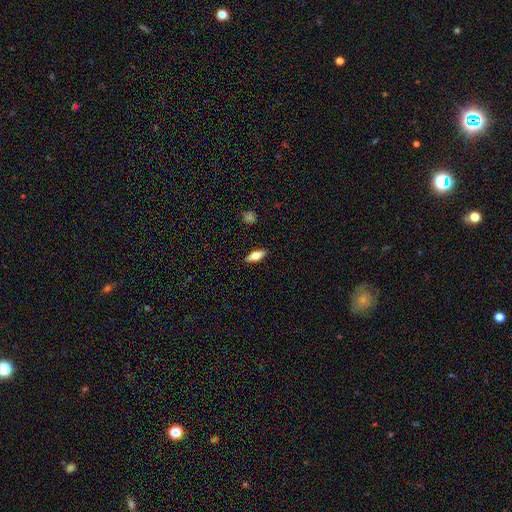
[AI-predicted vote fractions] This appears to be a smooth galaxy with no disk features (71%) that is in between round and cigar-shaped (69%). Merging: none (89%).